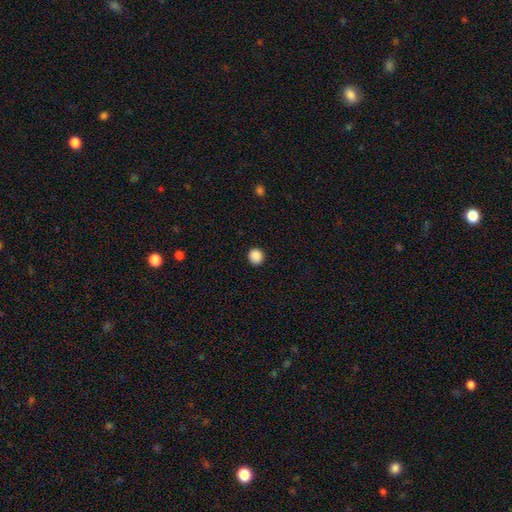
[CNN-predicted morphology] Q: Smooth or featured?
A: smooth (89%); runner-up: star or artifact (9%)
Q: How rounded?
A: round (91%); runner-up: in between (8%)
Q: Merging?
A: none (93%); runner-up: minor disturbance (5%)